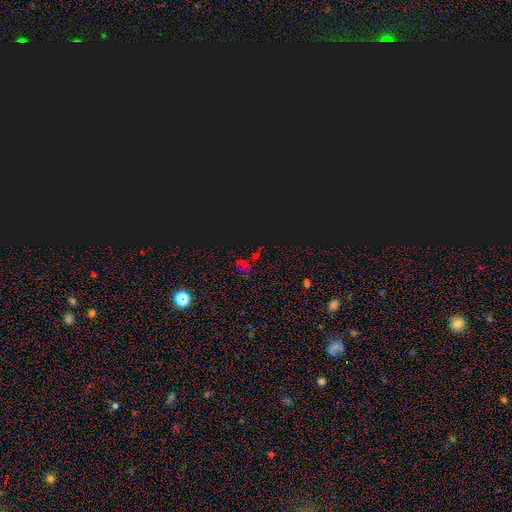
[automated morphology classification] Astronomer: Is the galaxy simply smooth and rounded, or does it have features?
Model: star or artifact — 74%.